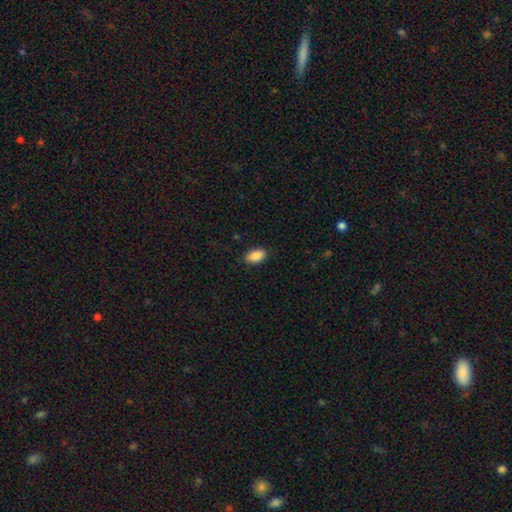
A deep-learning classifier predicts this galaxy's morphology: Smooth or featured? smooth (89%)
How rounded? in between (93%)
Merging? none (87%)